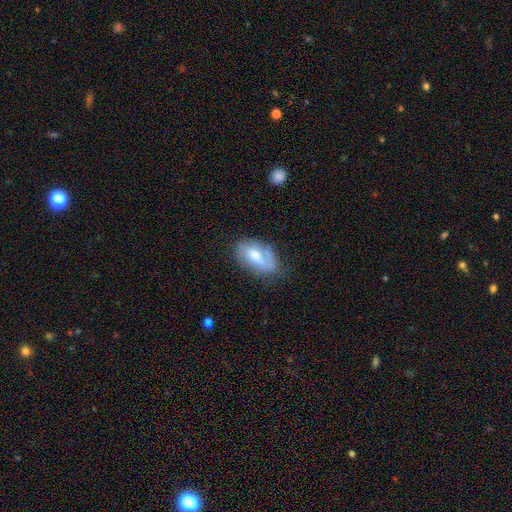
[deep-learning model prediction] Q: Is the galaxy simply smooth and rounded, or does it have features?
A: smooth — 47%.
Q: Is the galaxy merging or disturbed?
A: none — 56%.